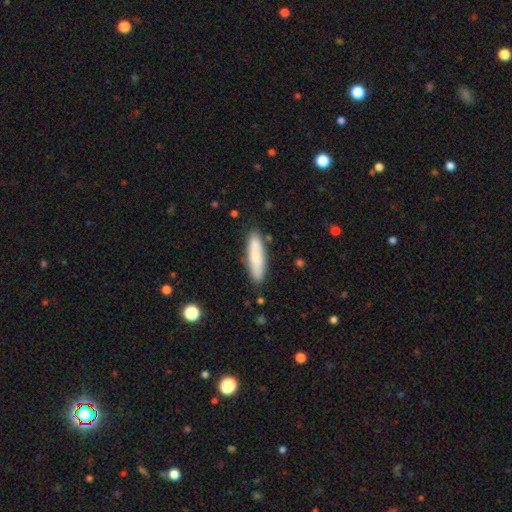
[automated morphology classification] Smooth or featured? smooth (81%)
How rounded? cigar-shaped (73%)
Merging? none (84%)